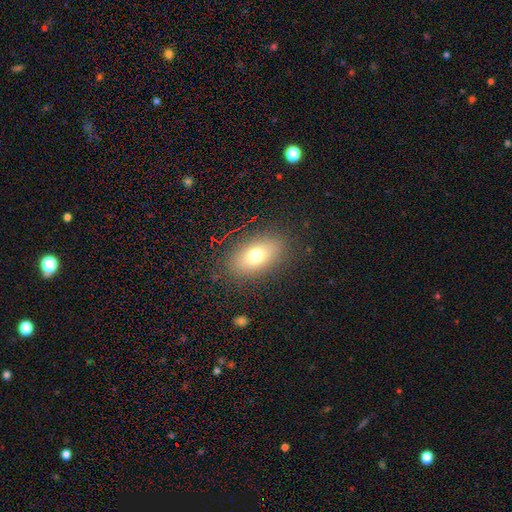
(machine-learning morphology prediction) Smooth or featured? Predicted: smooth (p=0.71). How rounded? Predicted: in between (p=0.85). Merging? Predicted: none (p=0.85).